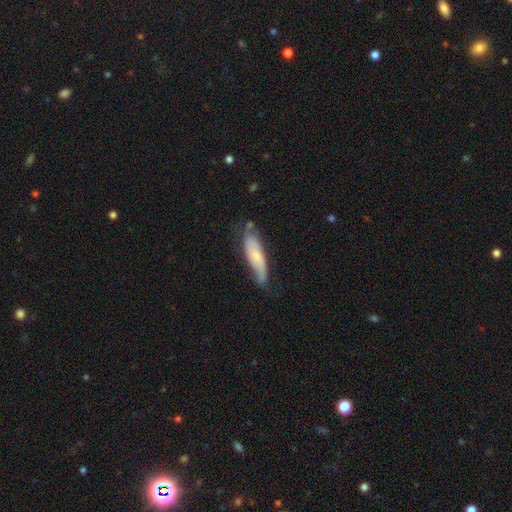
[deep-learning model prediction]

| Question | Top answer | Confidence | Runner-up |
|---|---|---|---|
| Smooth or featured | smooth | 50% | featured or disk (43%) |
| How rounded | cigar-shaped | 60% | in between (38%) |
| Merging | none | 59% | minor disturbance (30%) |